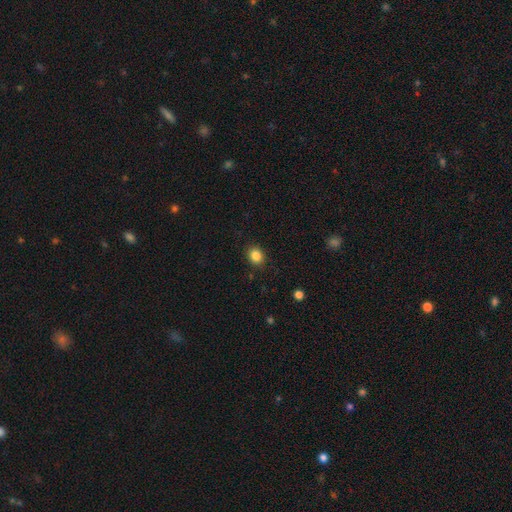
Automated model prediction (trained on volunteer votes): The model was most divided on "how rounded": round: 60%, in between: 39%, cigar-shaped: 1%. More confident: merging — none (88%); smooth or featured — smooth (85%).